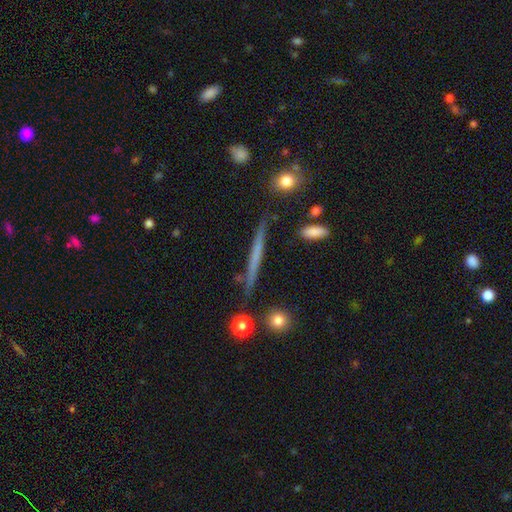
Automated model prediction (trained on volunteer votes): Overall: featured or disk (51%; smooth 40%). Edge-on disk: yes (96%). Merging: none (86%).